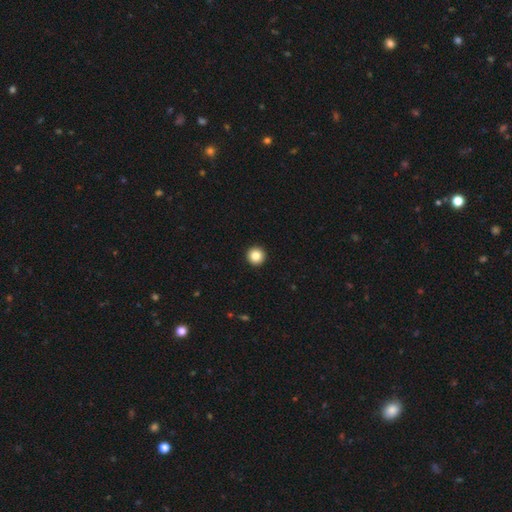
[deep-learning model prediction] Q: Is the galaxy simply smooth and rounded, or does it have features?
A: smooth — 84%.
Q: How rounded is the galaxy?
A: round — 97%.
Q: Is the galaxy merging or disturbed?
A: none — 95%.